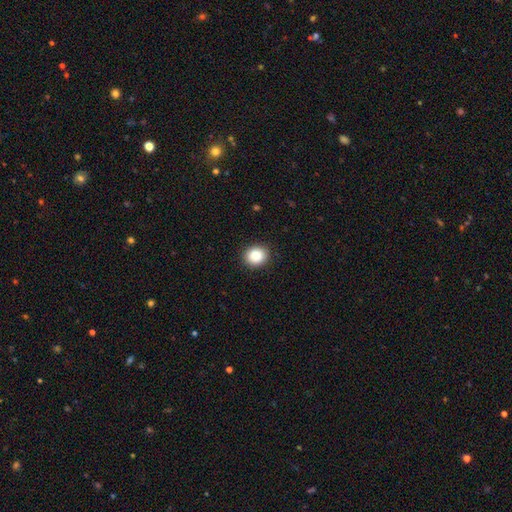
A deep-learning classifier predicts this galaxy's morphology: This is clearly a smooth galaxy (88%). How rounded: likely round (75%). Merging: clearly none (91%).